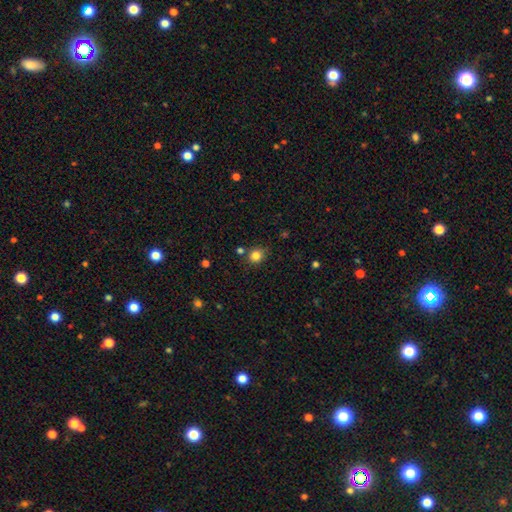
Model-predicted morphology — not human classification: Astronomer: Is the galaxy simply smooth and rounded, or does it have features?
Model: smooth — 82%.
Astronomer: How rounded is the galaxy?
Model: round — 80%.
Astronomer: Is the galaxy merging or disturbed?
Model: none — 75%.